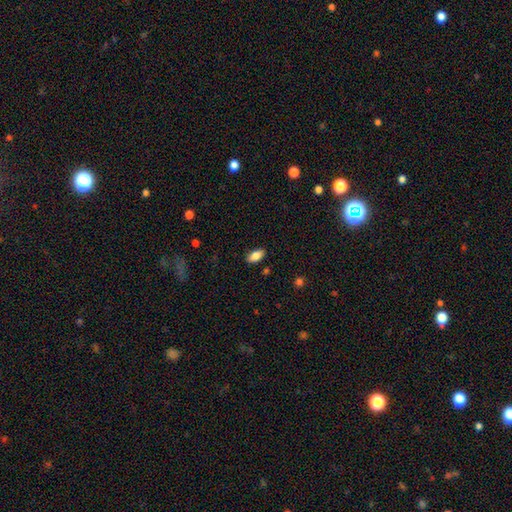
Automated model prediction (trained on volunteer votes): smooth-or-featured: smooth: 85% | featured or disk: 8% | star or artifact: 7%
  how-rounded: in between: 91% | cigar-shaped: 6% | round: 3%
  merging: none: 87% | minor disturbance: 9% | major disturbance: 2% | merger: 1%